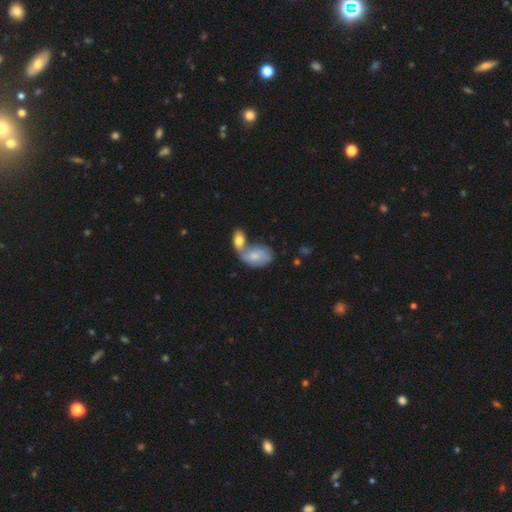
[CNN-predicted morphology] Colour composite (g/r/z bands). It shows a smooth galaxy with no disk features (70%) that is in between round and cigar-shaped (89%). Merging: merger (63%).